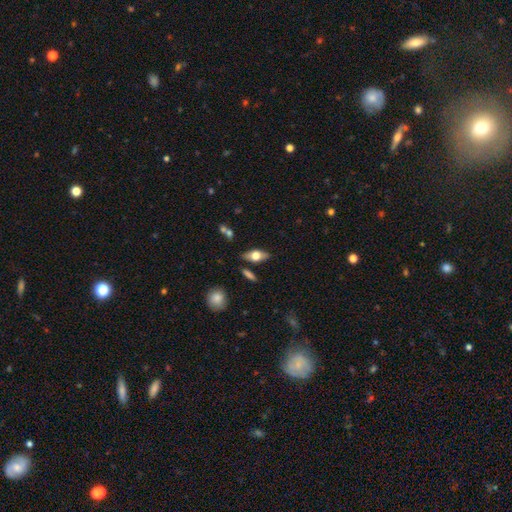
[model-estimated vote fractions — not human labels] Smooth or featured? smooth (52%)
How rounded? in between (78%)
Merging? none (81%)